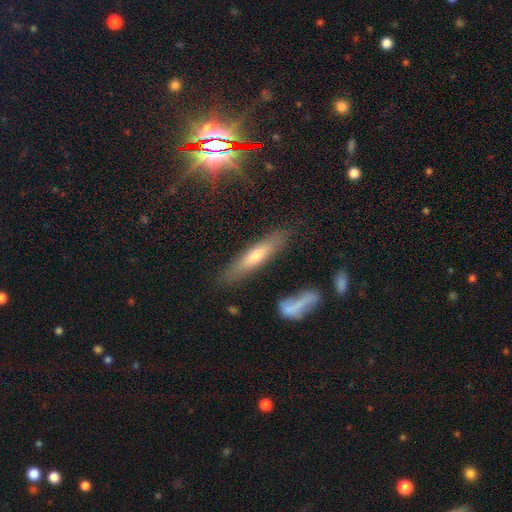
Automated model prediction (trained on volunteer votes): The model was most divided on "smooth or featured": smooth: 54%, featured or disk: 38%, star or artifact: 7%. More confident: how rounded — cigar-shaped (82%); merging — none (81%).